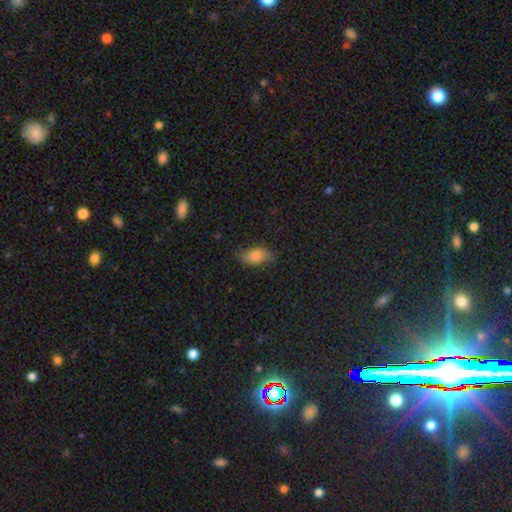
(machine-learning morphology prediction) type=smooth (77%); roundness=in between (90%); merging=none (66%).